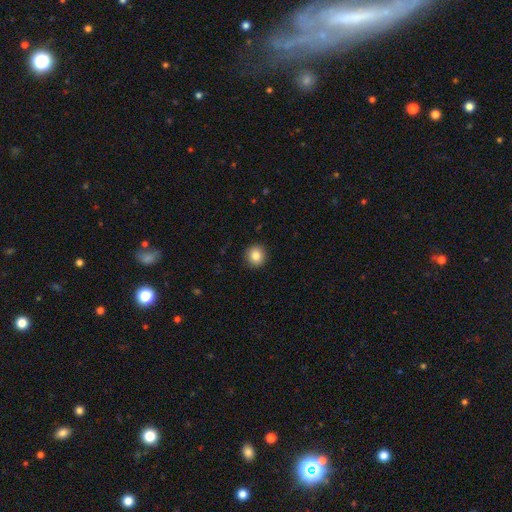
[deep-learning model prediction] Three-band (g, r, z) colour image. It shows a smooth galaxy with no disk features (85%) that is round (93%). Merging: none (93%).